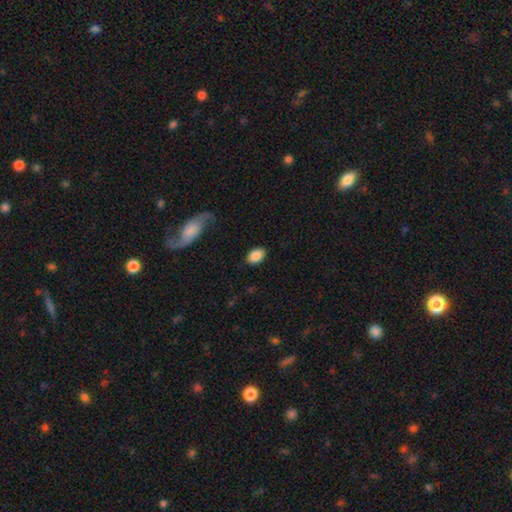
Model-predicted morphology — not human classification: smooth 87%, star or artifact 7%, featured or disk 6%. Down the decision tree: how rounded — in between (84%); merging — none (85%).